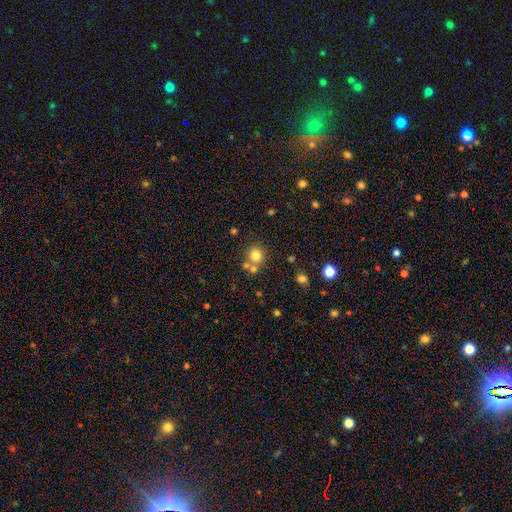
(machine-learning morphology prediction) Q: Smooth or featured?
A: smooth (77%); runner-up: star or artifact (14%)
Q: How rounded?
A: round (87%); runner-up: in between (12%)
Q: Merging?
A: none (64%); runner-up: merger (24%)